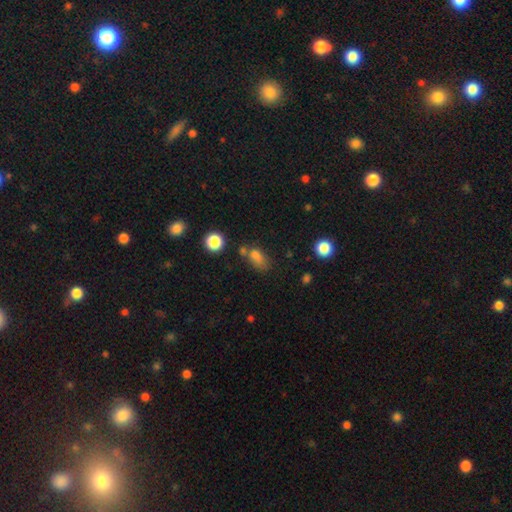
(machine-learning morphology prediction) Smooth or featured: smooth — 75% (star or artifact — 15%)
How rounded: in between — 77% (round — 18%)
Merging: none — 42% (minor disturbance — 24%)